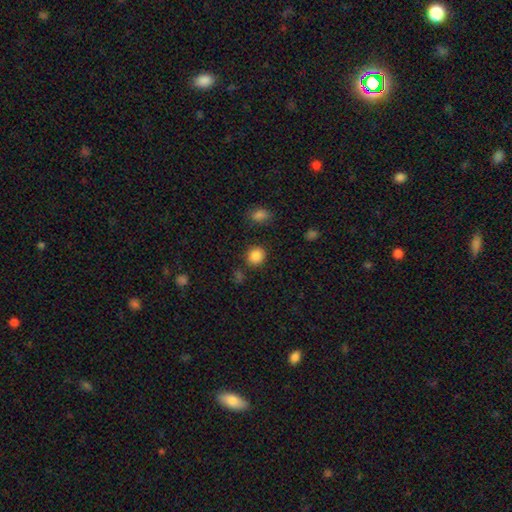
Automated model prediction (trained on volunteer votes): This is clearly a smooth galaxy (87%). How rounded: likely round (79%). Merging: clearly none (85%).